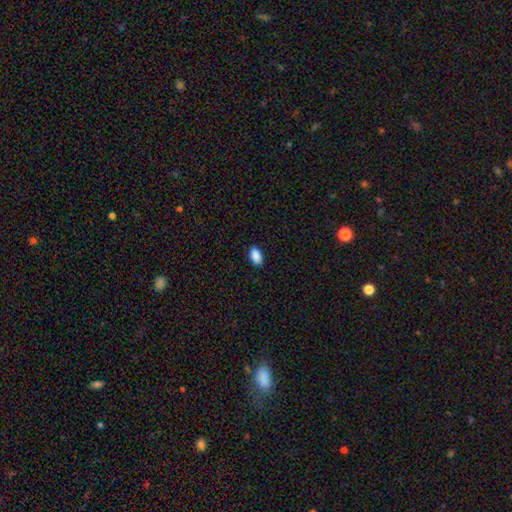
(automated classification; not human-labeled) Smooth or featured: smooth — 90% (star or artifact — 7%)
How rounded: in between — 93% (round — 5%)
Merging: none — 89% (minor disturbance — 8%)